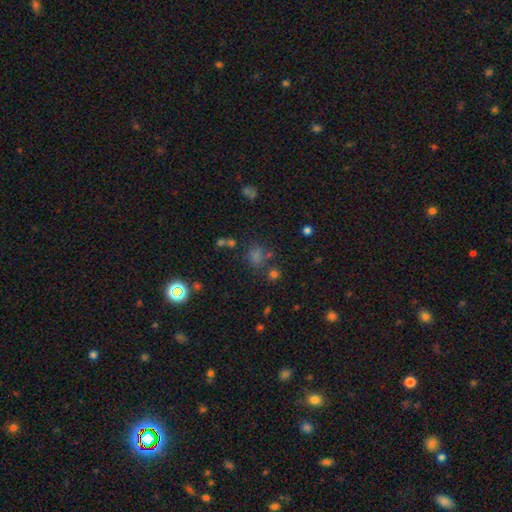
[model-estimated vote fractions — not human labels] This is possibly a smooth galaxy (51%). How rounded: likely round (70%). Merging: likely none (69%).